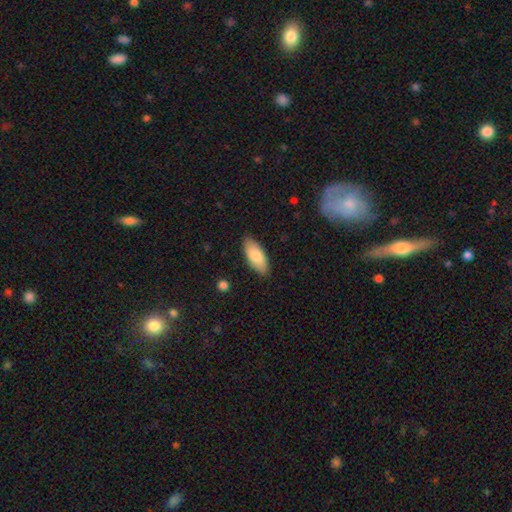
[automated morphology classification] Smooth or featured: smooth — 80% (featured or disk — 15%)
How rounded: in between — 88% (cigar-shaped — 11%)
Merging: none — 84% (minor disturbance — 13%)